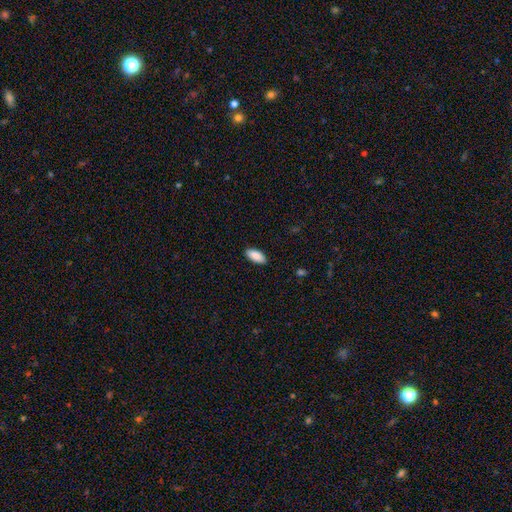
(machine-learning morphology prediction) This is clearly a smooth galaxy (89%). How rounded: clearly in between (89%). Merging: clearly none (89%).